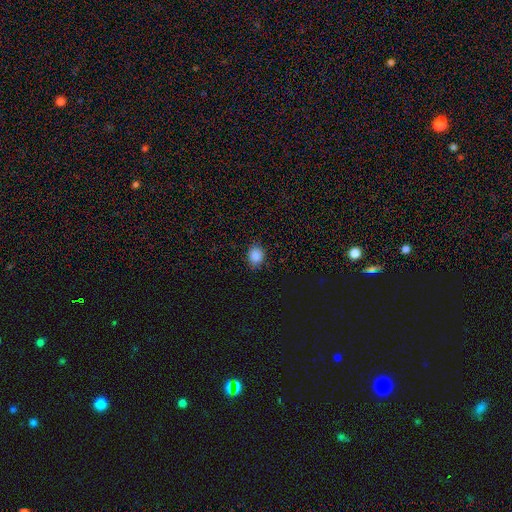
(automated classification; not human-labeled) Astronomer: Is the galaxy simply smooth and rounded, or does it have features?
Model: smooth — 86%.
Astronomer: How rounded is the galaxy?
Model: round — 68%.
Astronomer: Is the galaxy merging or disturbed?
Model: none — 84%.